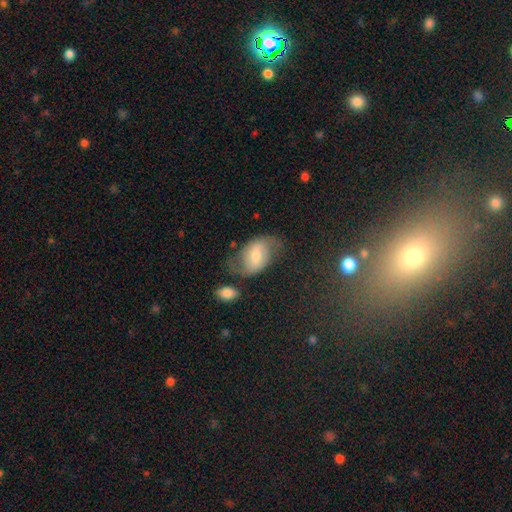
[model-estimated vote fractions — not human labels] Morphology: type=featured or disk (55%); edge-on=no (95%); bar=weak (48%); spiral arms=yes (84%); bulge=moderate (49%); merging=none (55%).